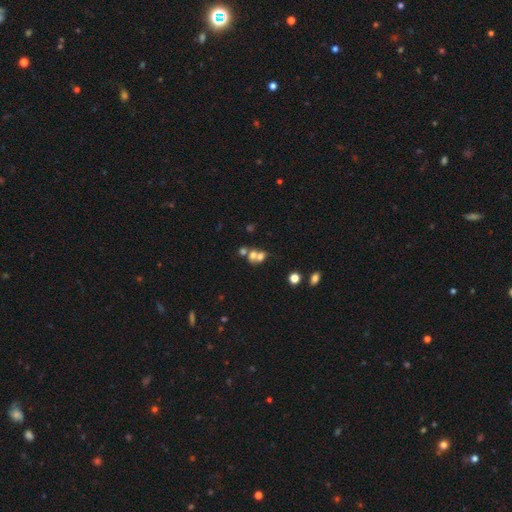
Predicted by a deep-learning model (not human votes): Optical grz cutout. It shows a smooth galaxy with no disk features (58%) that is round (58%). Merging: merger (59%).